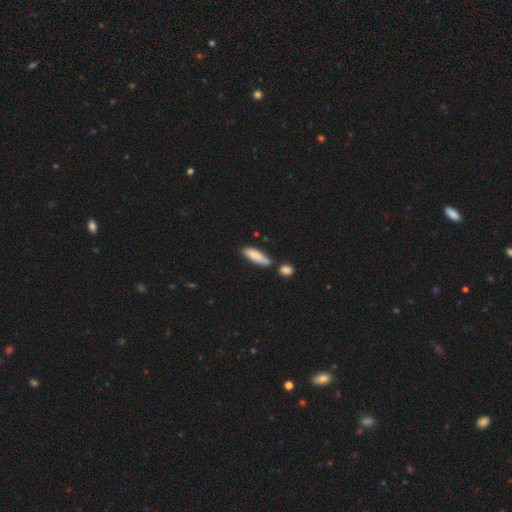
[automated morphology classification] The model was most divided on "how rounded": cigar-shaped: 55%, in between: 43%, round: 2%. More confident: smooth or featured — smooth (82%); merging — none (61%).